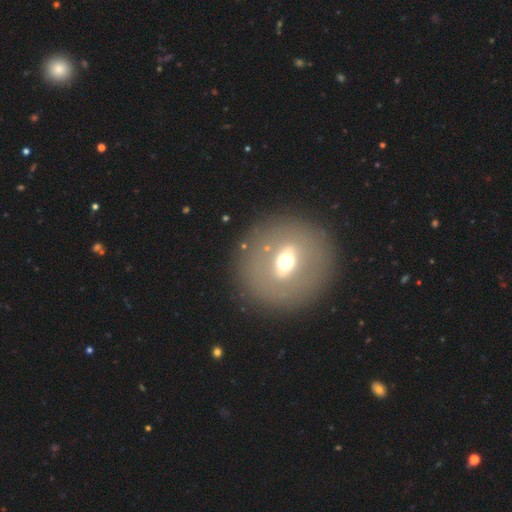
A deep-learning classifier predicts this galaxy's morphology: type=featured or disk (44%); merging=none (88%).